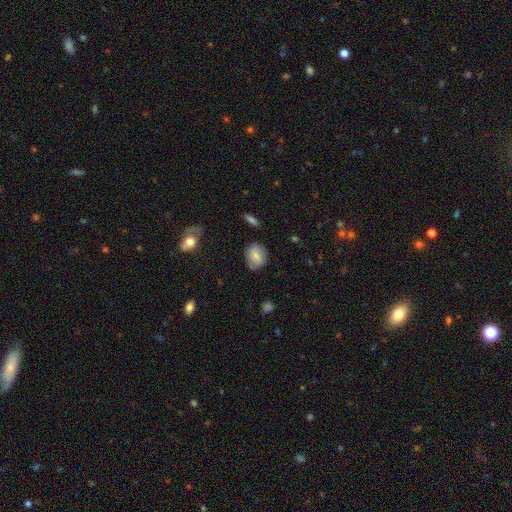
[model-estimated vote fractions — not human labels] smooth-or-featured: smooth: 72% | featured or disk: 19% | star or artifact: 8%
  how-rounded: in between: 53% | round: 45% | cigar-shaped: 2%
  merging: none: 72% | minor disturbance: 20% | major disturbance: 5% | merger: 2%